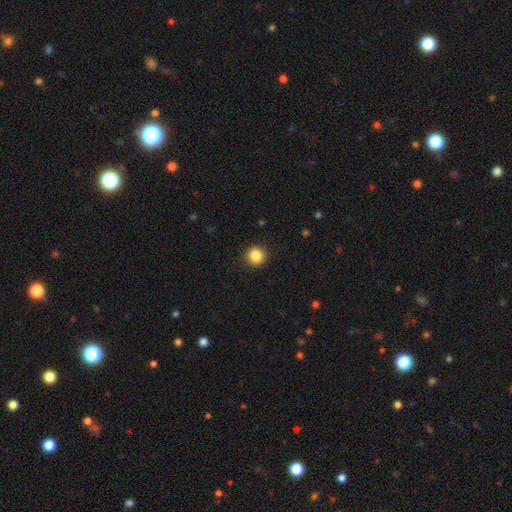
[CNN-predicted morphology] A smooth galaxy with no disk features (87%) that is round (87%). Merging: none (91%).